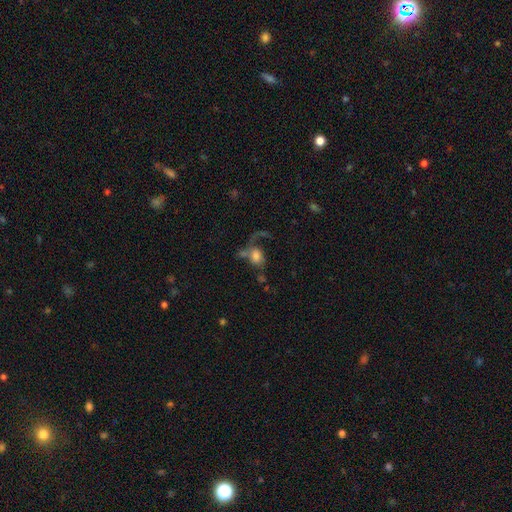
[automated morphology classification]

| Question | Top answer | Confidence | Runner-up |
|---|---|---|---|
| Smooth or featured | smooth | 58% | featured or disk (29%) |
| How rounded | in between | 65% | round (33%) |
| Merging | major disturbance | 34% | merger (28%) |